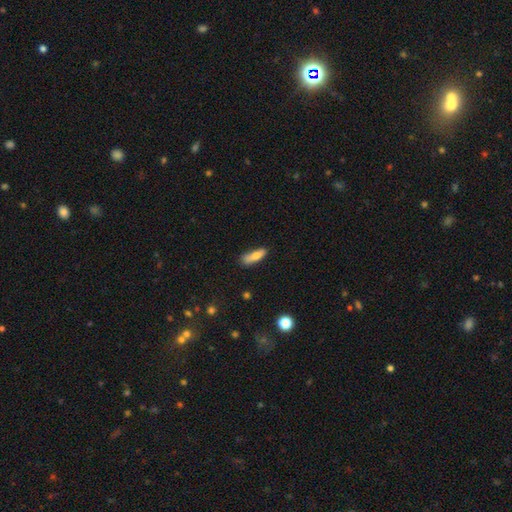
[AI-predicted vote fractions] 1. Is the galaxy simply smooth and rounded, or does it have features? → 71% smooth, 22% featured or disk, 7% star or artifact.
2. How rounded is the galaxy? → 60% cigar-shaped, 37% in between, 3% round.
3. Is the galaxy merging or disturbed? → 65% none, 24% minor disturbance, 7% major disturbance, 5% merger.